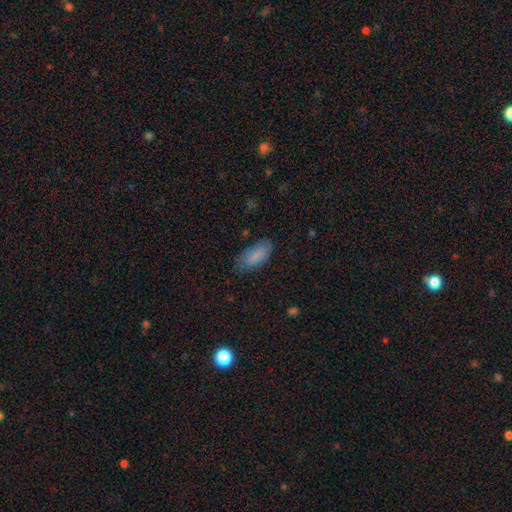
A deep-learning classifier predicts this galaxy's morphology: A smooth galaxy with no disk features (83%) that is in between round and cigar-shaped (89%).

Vote fractions:
- Smooth or featured? smooth: 83% / featured or disk: 10% / star or artifact: 7%
- How rounded? in between: 89% / cigar-shaped: 9% / round: 2%
- Merging? none: 70% / minor disturbance: 23% / major disturbance: 5% / merger: 1%